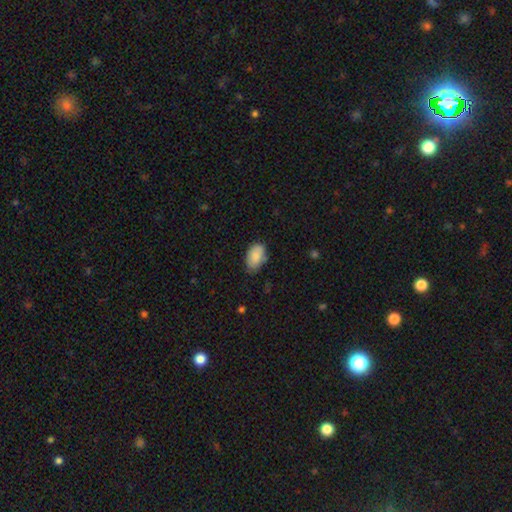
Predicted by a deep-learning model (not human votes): Smooth or featured: smooth — 86% (featured or disk — 7%)
How rounded: in between — 91% (round — 8%)
Merging: none — 67% (minor disturbance — 27%)